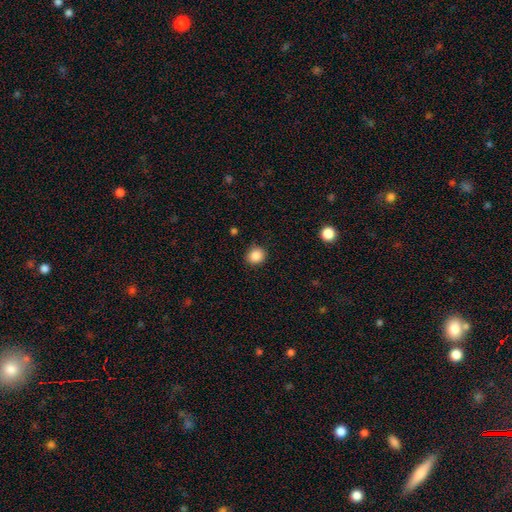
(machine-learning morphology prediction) smooth 87%, star or artifact 10%, featured or disk 3%. Down the decision tree: how rounded — round (82%); merging — none (89%).